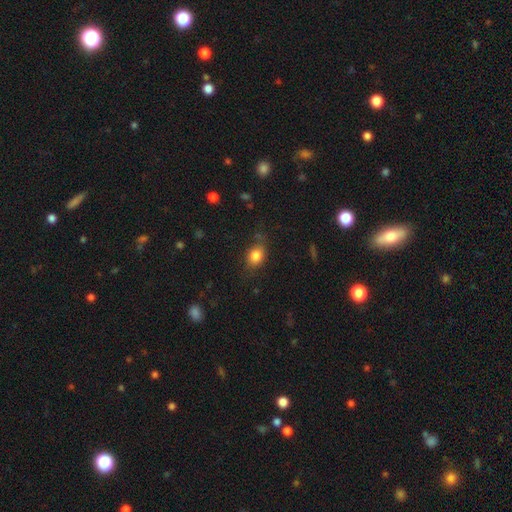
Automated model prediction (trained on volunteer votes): A smooth galaxy with no disk features (82%) that is in between round and cigar-shaped (63%). Merging: none (71%).